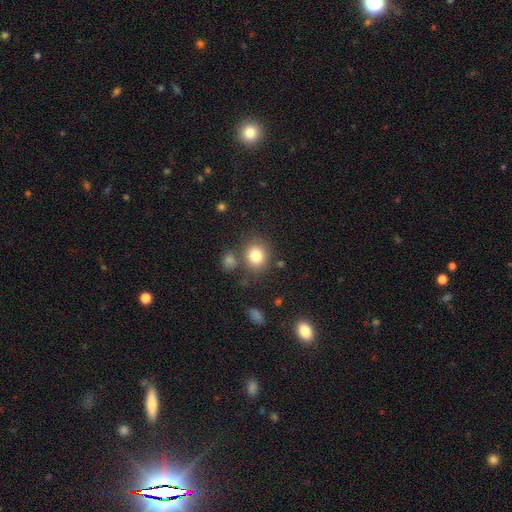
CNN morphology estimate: A smooth galaxy with no disk features (81%) that is round (73%).

Vote fractions:
- Smooth or featured? smooth: 81% / star or artifact: 11% / featured or disk: 8%
- How rounded? round: 73% / in between: 26% / cigar-shaped: 1%
- Merging? none: 75% / minor disturbance: 11% / merger: 10% / major disturbance: 4%